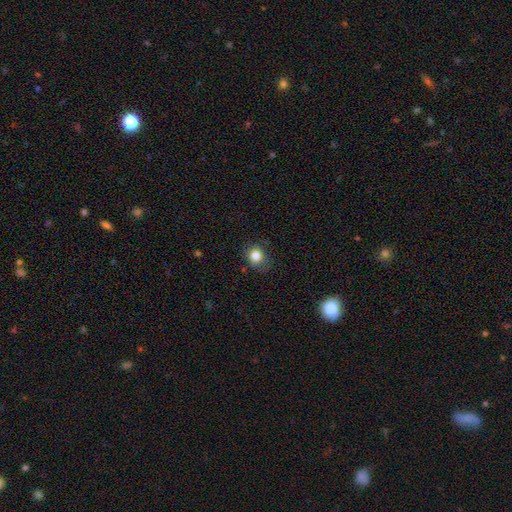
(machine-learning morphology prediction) A smooth galaxy with no disk features (83%) that is round (69%).

Vote fractions:
- Smooth or featured? smooth: 83% / star or artifact: 10% / featured or disk: 7%
- How rounded? round: 69% / in between: 30% / cigar-shaped: 1%
- Merging? none: 75% / minor disturbance: 19% / major disturbance: 5% / merger: 1%